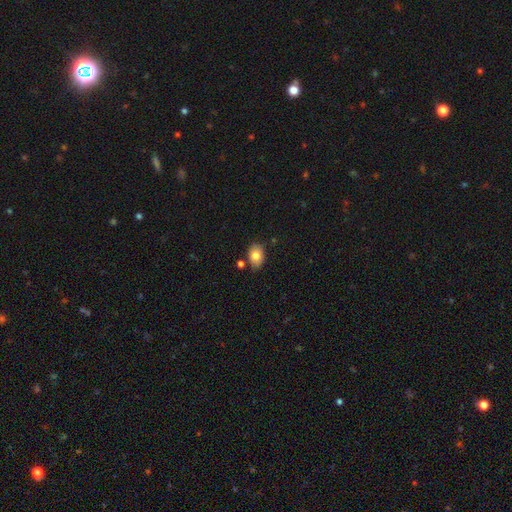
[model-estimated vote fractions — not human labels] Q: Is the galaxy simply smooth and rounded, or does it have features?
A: smooth — 81%.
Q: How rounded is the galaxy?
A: in between — 83%.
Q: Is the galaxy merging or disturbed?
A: none — 78%.